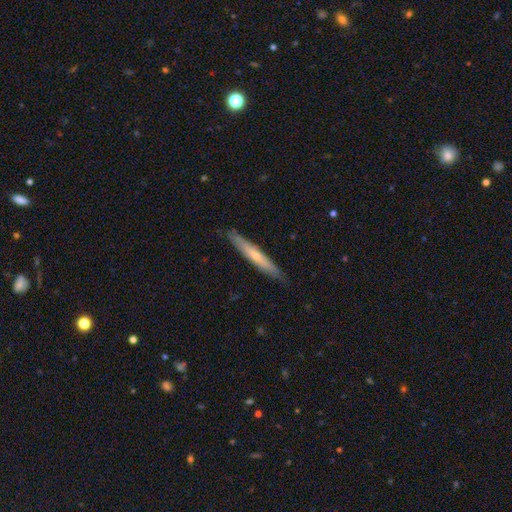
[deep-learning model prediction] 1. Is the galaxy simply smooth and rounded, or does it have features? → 51% smooth, 44% featured or disk, 6% star or artifact.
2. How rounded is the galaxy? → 95% cigar-shaped, 4% in between, 1% round.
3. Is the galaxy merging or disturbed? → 88% none, 9% minor disturbance, 2% major disturbance, 1% merger.